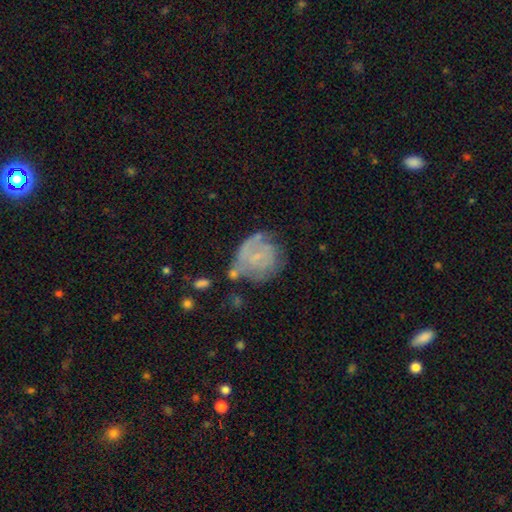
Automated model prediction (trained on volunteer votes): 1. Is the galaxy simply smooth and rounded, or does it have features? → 54% featured or disk, 36% smooth, 9% star or artifact.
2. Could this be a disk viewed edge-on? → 97% no, 3% yes.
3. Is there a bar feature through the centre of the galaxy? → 70% no, 25% weak, 5% strong.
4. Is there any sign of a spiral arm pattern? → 66% yes, 34% no.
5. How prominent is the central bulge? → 62% small, 24% none, 12% moderate, 1% large, 1% dominant.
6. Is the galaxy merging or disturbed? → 43% none, 27% minor disturbance, 21% major disturbance, 8% merger.